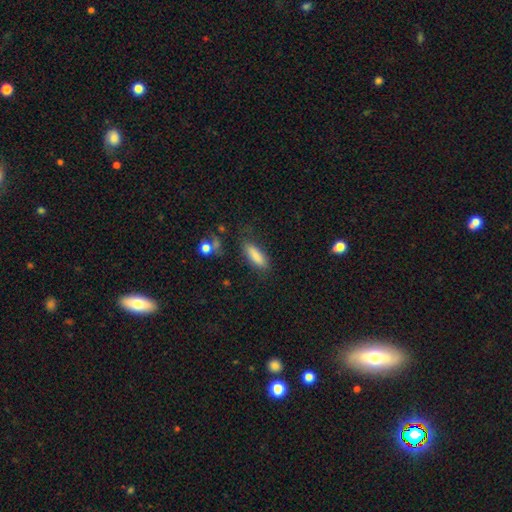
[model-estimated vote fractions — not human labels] The model was most divided on "how rounded": in between: 57%, cigar-shaped: 40%, round: 2%. More confident: smooth or featured — smooth (84%); merging — none (74%).